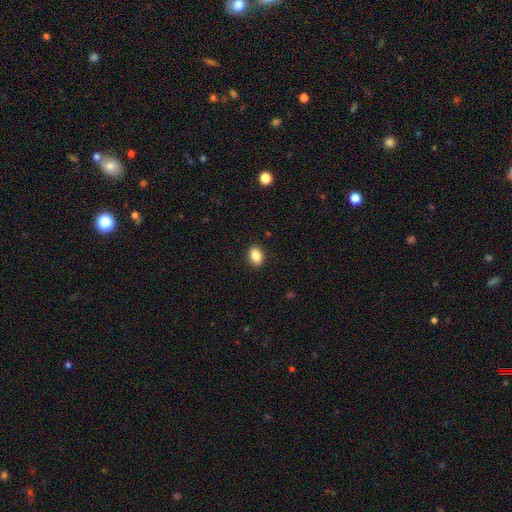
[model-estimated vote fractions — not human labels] Smooth or featured? smooth (87%)
How rounded? in between (78%)
Merging? none (90%)